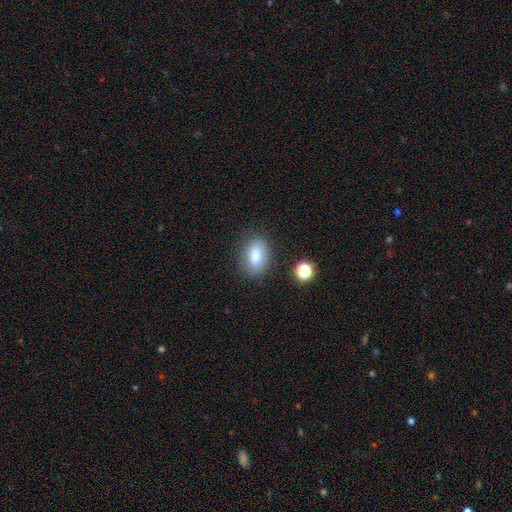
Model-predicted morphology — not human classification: This is clearly a smooth galaxy (83%). How rounded: clearly in between (87%). Merging: clearly none (80%).